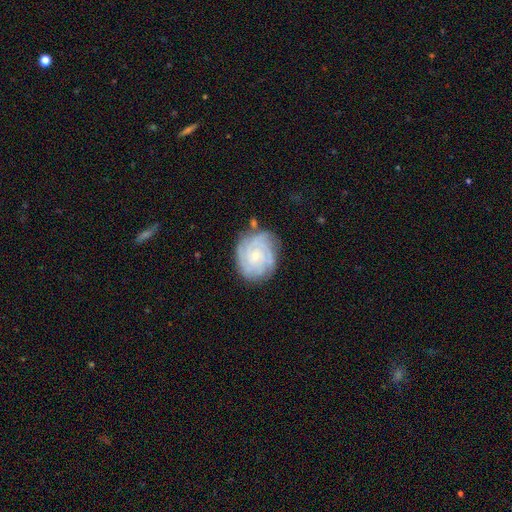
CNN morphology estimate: A featured or disk galaxy (77%) with no bar (75%), 4 (31%) tight (75%) spiral arms (96%) and a small central bulge (71%). Merging: none (74%).